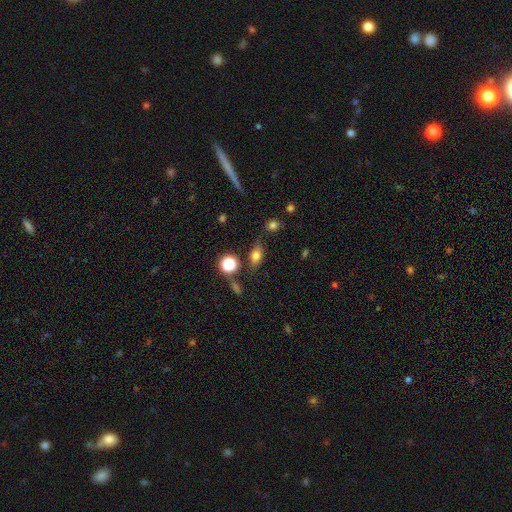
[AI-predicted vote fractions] smooth 68%, featured or disk 18%, star or artifact 13%. Down the decision tree: how rounded — in between (69%); merging — none (72%).